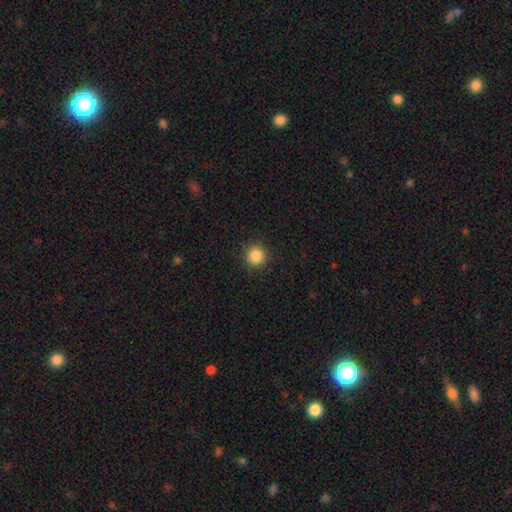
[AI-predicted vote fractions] This is clearly a smooth galaxy (87%). How rounded: clearly round (95%). Merging: clearly none (92%).